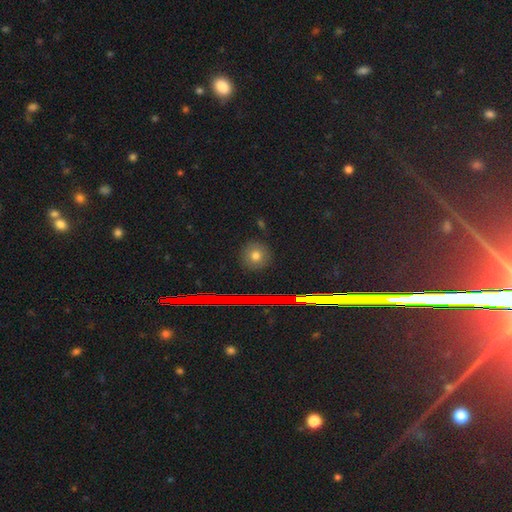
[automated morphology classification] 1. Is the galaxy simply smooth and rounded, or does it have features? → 72% smooth, 20% star or artifact, 8% featured or disk.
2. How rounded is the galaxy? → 88% round, 10% in between, 2% cigar-shaped.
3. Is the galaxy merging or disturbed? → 89% none, 7% minor disturbance, 2% major disturbance, 2% merger.